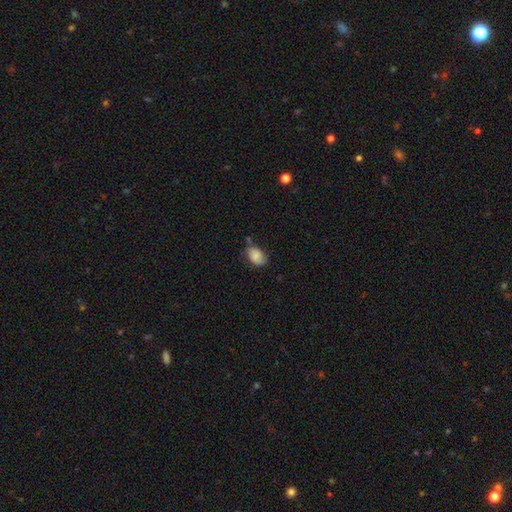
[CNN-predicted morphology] Overall: smooth (76%). How rounded: in between (83%). Merging: none (59%; minor disturbance 29%).